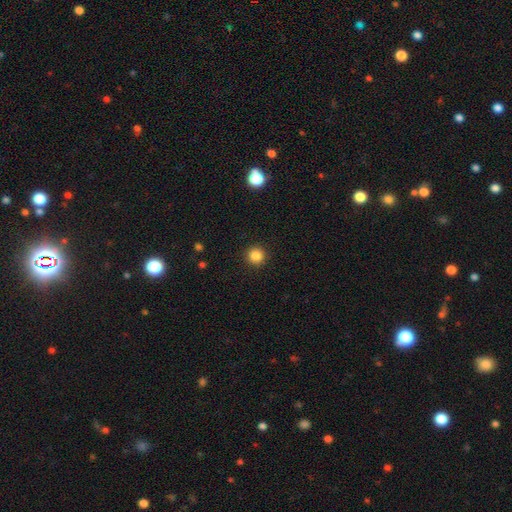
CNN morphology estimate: Q: Smooth or featured?
A: smooth (85%); runner-up: star or artifact (11%)
Q: How rounded?
A: round (95%); runner-up: in between (4%)
Q: Merging?
A: none (93%); runner-up: minor disturbance (4%)